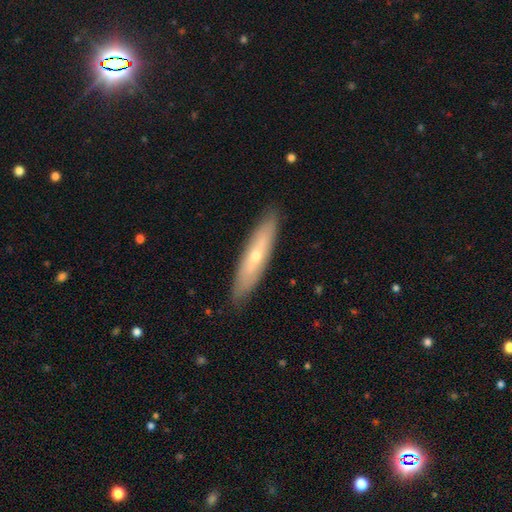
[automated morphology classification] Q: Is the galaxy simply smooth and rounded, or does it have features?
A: featured or disk — 48%.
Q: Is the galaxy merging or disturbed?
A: none — 87%.